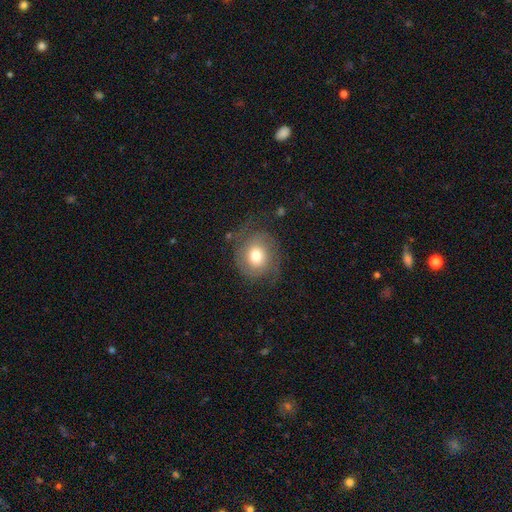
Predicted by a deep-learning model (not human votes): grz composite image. It shows a smooth galaxy with no disk features (50%). Merging: none (64%).